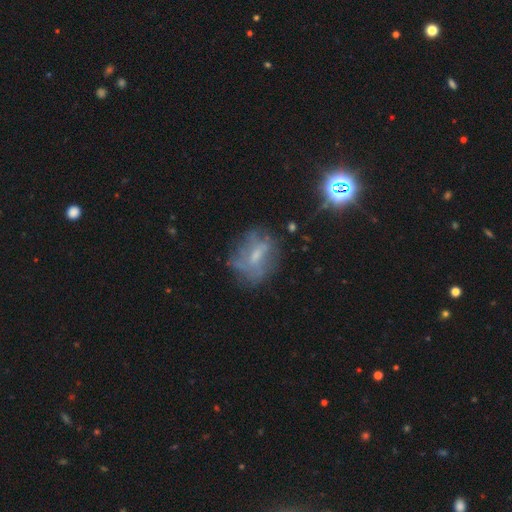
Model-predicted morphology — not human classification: featured or disk 51%, smooth 32%, star or artifact 17%. Down the decision tree: edge-on disk — no (95%); merging — none (57%).